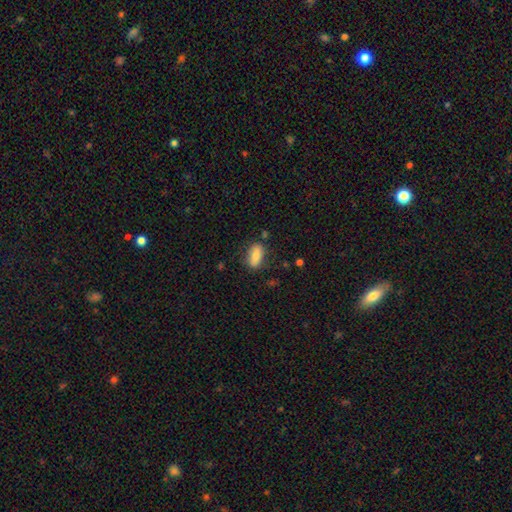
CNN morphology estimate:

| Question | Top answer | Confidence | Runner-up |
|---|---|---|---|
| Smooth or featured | smooth | 78% | featured or disk (14%) |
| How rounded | in between | 85% | cigar-shaped (10%) |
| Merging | none | 79% | minor disturbance (15%) |